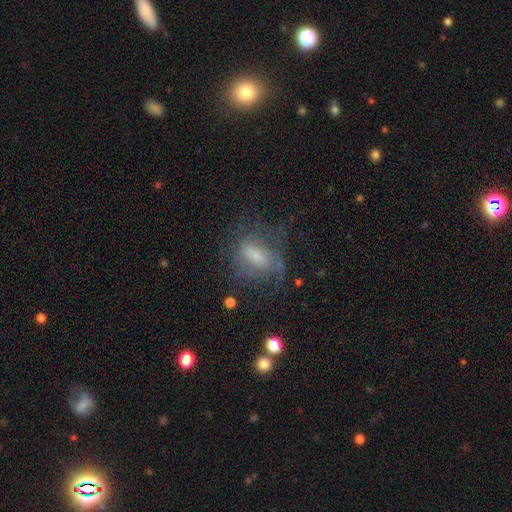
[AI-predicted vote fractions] Overall: featured or disk (45%; smooth 42%). Merging: none (47%; major disturbance 27%).